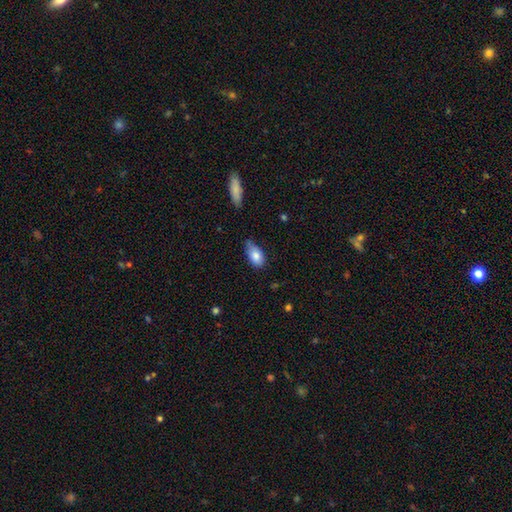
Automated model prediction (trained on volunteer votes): Overall: smooth (82%). How rounded: in between (90%). Merging: none (46%; minor disturbance 43%).